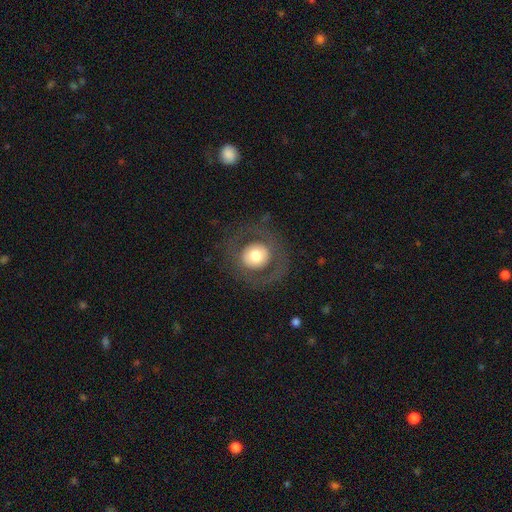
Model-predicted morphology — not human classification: The model was most divided on "smooth or featured": smooth: 54%, featured or disk: 38%, star or artifact: 8%. More confident: how rounded — round (91%); merging — none (79%).